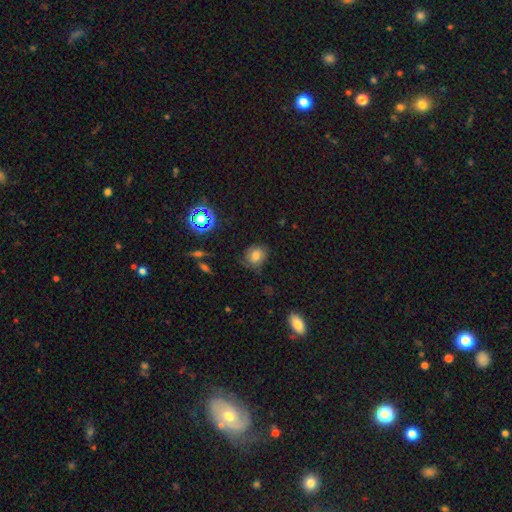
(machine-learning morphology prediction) Q: Smooth or featured?
A: smooth (69%); runner-up: star or artifact (16%)
Q: How rounded?
A: round (65%); runner-up: in between (34%)
Q: Merging?
A: none (70%); runner-up: minor disturbance (21%)